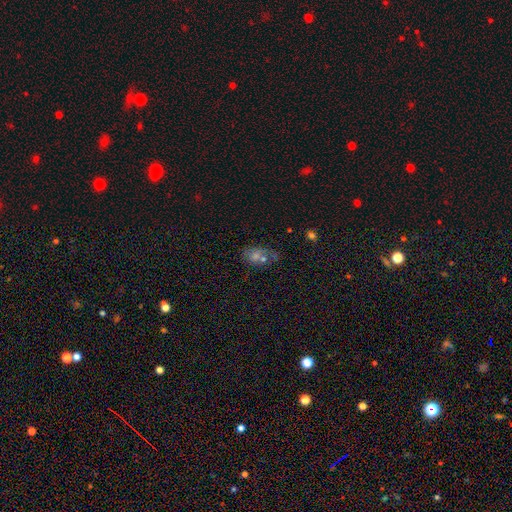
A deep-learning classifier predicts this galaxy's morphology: Smooth or featured? smooth (46%)
Merging? none (46%)